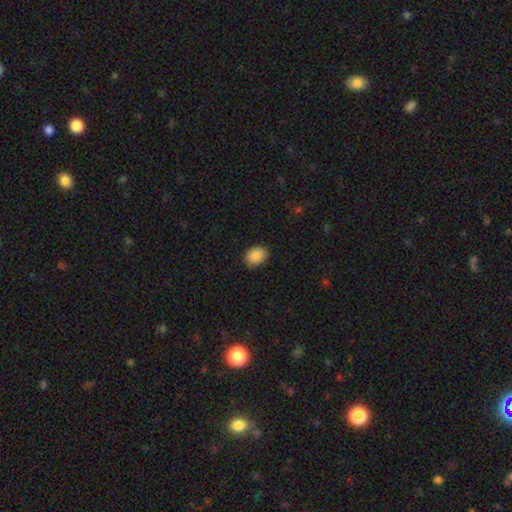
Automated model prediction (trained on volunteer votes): smooth_or_featured: smooth (p=0.89) [alt: star or artifact p=0.08]
how_rounded: in between (p=0.52) [alt: round p=0.47]
merging: none (p=0.83) [alt: minor disturbance p=0.14]